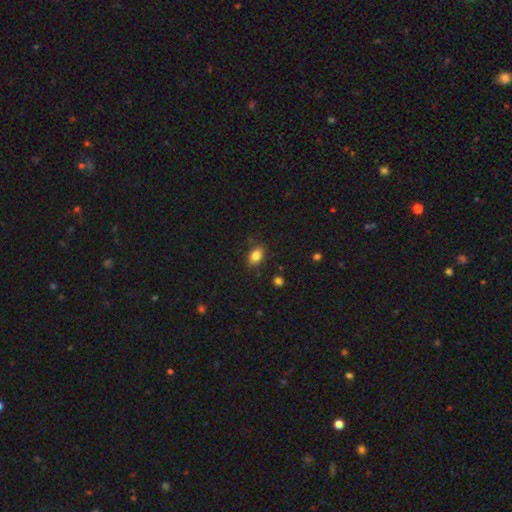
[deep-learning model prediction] The model was most divided on "how rounded": in between: 82%, round: 17%, cigar-shaped: 2%. More confident: smooth or featured — smooth (84%); merging — none (83%).